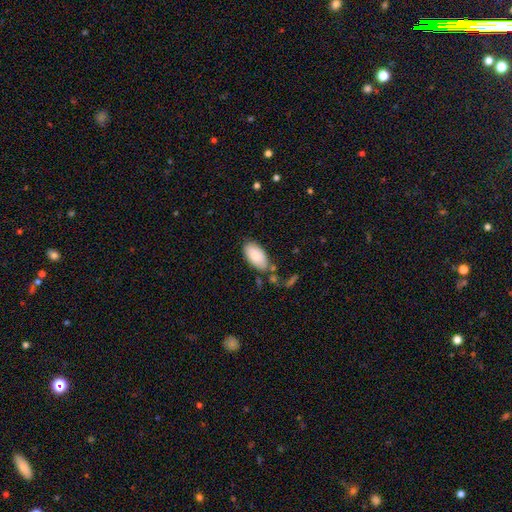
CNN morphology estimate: Q: Smooth or featured?
A: smooth (86%); runner-up: featured or disk (8%)
Q: How rounded?
A: in between (95%); runner-up: cigar-shaped (3%)
Q: Merging?
A: none (73%); runner-up: minor disturbance (17%)